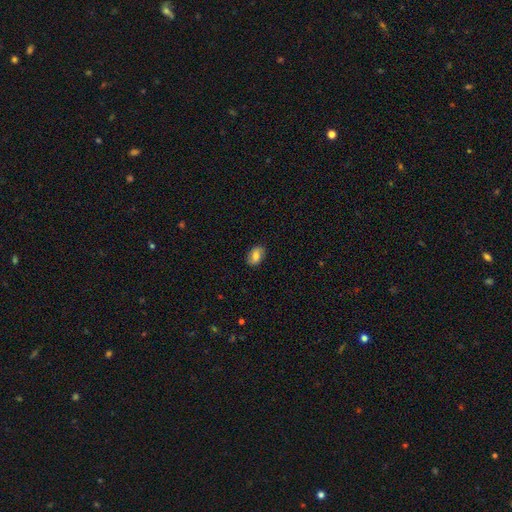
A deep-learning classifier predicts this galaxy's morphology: Smooth or featured? smooth (70%)
How rounded? in between (85%)
Merging? none (85%)